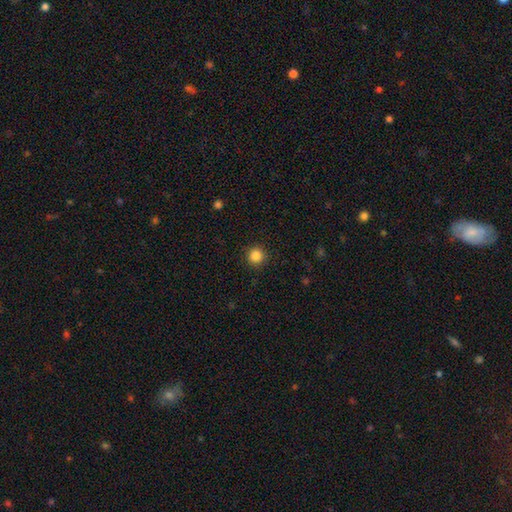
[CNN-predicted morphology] A smooth galaxy with no disk features (86%) that is round (95%). Merging: none (92%).